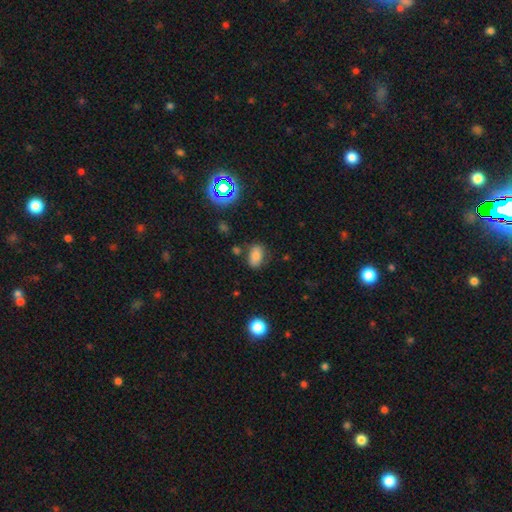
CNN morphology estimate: This is likely a smooth galaxy (79%). How rounded: clearly in between (87%). Merging: likely none (73%).